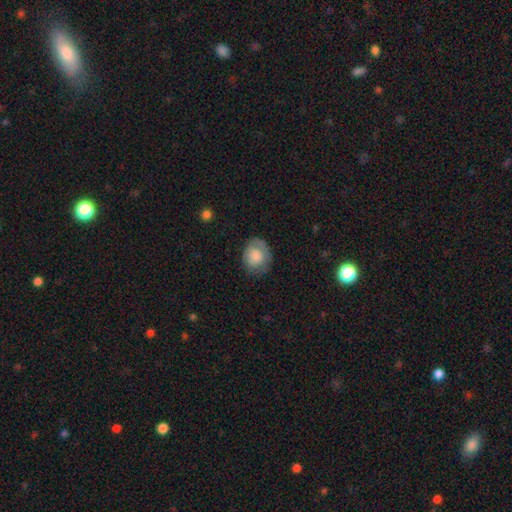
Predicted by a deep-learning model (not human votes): Smooth or featured?
  - smooth: 75% *
  - featured or disk: 18%
  - star or artifact: 7%
How rounded?
  - round: 61% *
  - in between: 38%
  - cigar-shaped: 1%
Merging?
  - none: 63% *
  - minor disturbance: 26%
  - major disturbance: 10%
  - merger: 1%